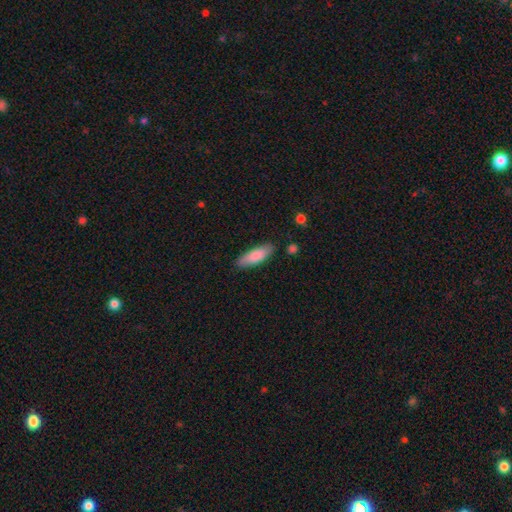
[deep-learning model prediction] smooth 83%, featured or disk 11%, star or artifact 6%. Down the decision tree: how rounded — in between (56%); merging — none (83%).